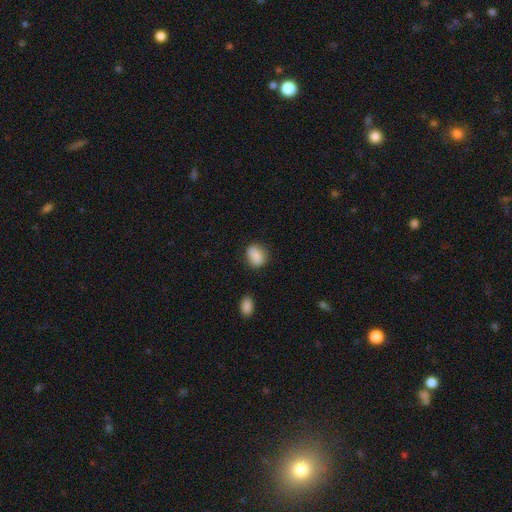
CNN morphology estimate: type=smooth (87%); roundness=in between (63%); merging=none (76%).